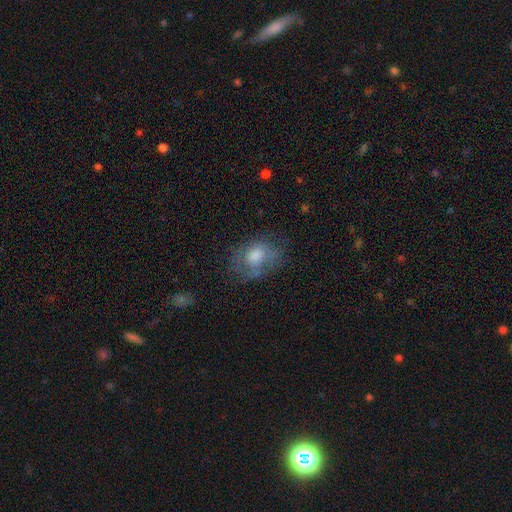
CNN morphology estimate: Q: Smooth or featured?
A: smooth (52%); runner-up: featured or disk (38%)
Q: How rounded?
A: in between (65%); runner-up: round (33%)
Q: Merging?
A: none (54%); runner-up: minor disturbance (25%)